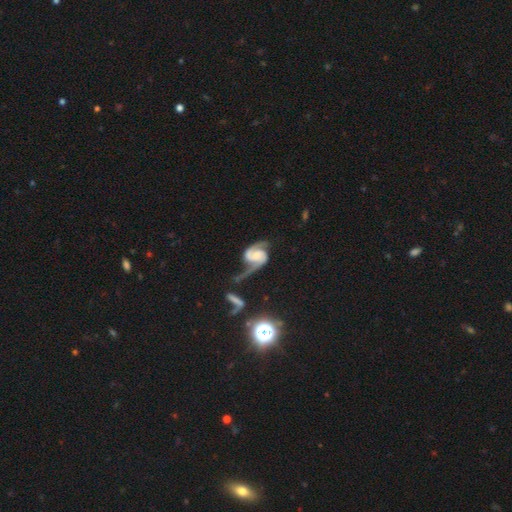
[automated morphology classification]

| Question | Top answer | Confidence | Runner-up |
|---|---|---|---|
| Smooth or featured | featured or disk | 88% | smooth (6%) |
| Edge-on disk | no | 98% | yes (2%) |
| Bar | no | 51% | weak (33%) |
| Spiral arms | yes | 97% | no (3%) |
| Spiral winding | medium | 47% | loose (35%) |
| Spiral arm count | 2 | 92% | 1 (3%) |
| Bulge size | none | 36% | small (26%) |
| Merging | none | 47% | major disturbance (21%) |